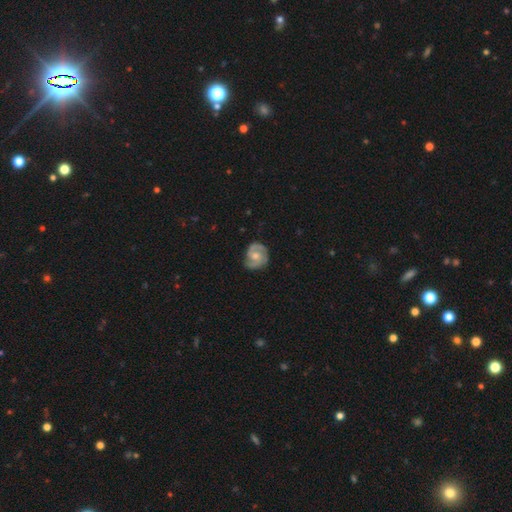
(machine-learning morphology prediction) A featured or disk galaxy (80%) with no bar (57%), 2 (85%) tight (45%) spiral arms (95%) and a moderate central bulge (61%). Merging: none (76%).